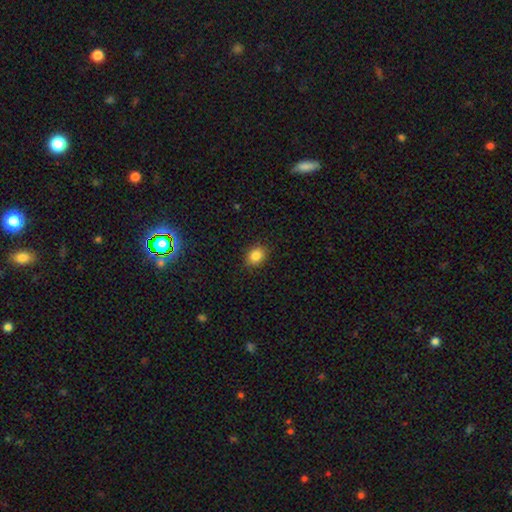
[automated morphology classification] Smooth or featured? Predicted: smooth (p=0.85). How rounded? Predicted: in between (p=0.53). Merging? Predicted: none (p=0.88).